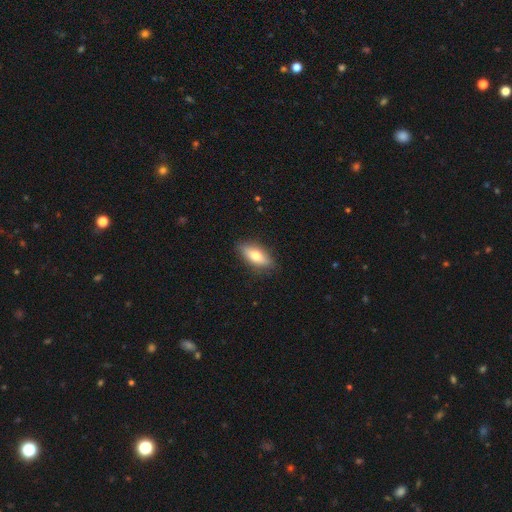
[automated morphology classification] This appears to be a smooth galaxy with no disk features (69%) that is in between round and cigar-shaped (74%). Merging: none (86%).